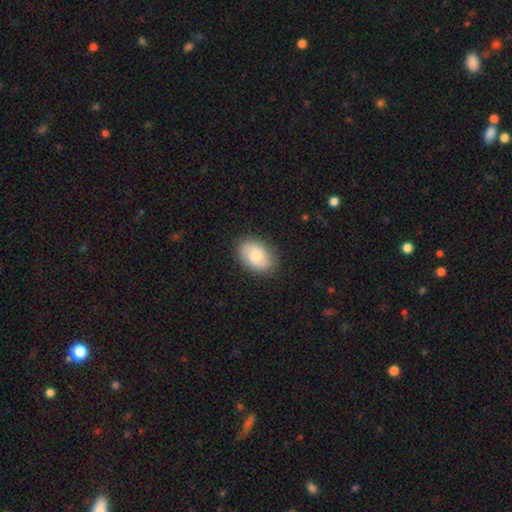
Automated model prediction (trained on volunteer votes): Smooth or featured?
  - smooth: 63% *
  - featured or disk: 30%
  - star or artifact: 6%
How rounded?
  - in between: 83% *
  - round: 16%
  - cigar-shaped: 1%
Merging?
  - none: 85% *
  - minor disturbance: 11%
  - major disturbance: 3%
  - merger: 1%